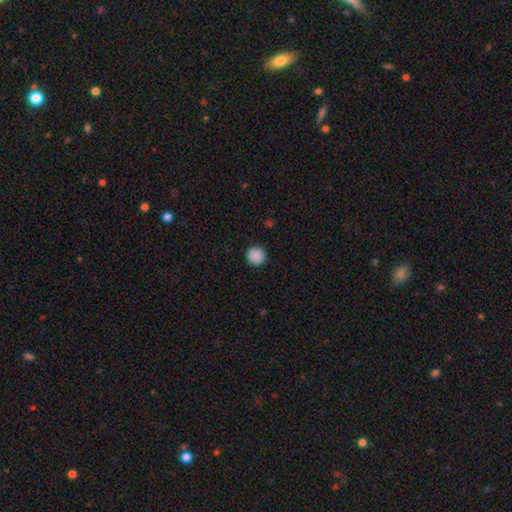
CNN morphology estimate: This appears to be a smooth galaxy with no disk features (89%) that is round (94%). Merging: none (91%).